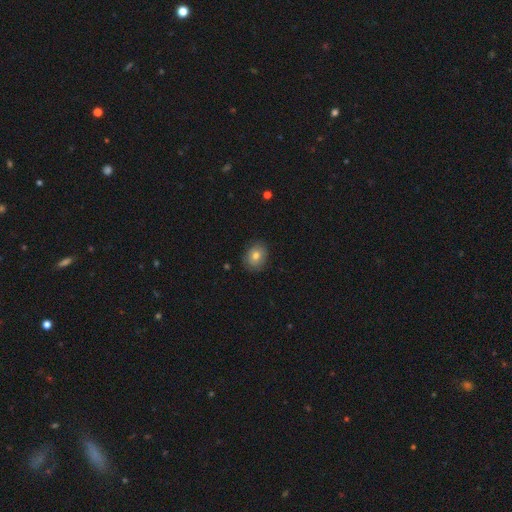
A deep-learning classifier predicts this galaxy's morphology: smooth 75%, featured or disk 15%, star or artifact 9%. Down the decision tree: how rounded — round (59%); merging — none (84%).